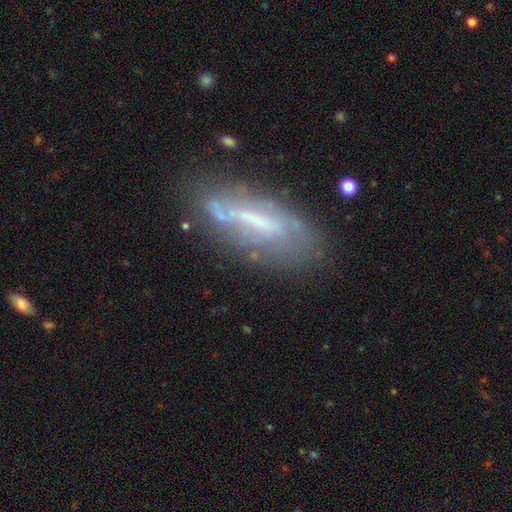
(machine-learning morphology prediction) smooth-or-featured: featured or disk: 62% | smooth: 28% | star or artifact: 10%
  disk-edge-on: no: 68% | yes: 32%
  merging: none: 60% | minor disturbance: 23% | major disturbance: 12% | merger: 4%